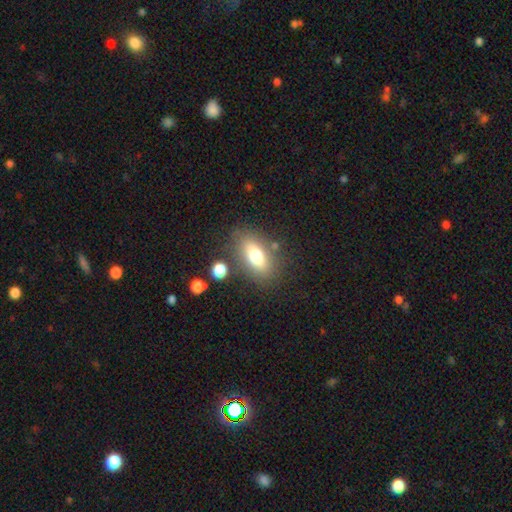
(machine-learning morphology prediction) The model was most divided on "smooth or featured": smooth: 70%, featured or disk: 21%, star or artifact: 9%. More confident: how rounded — in between (82%); merging — none (76%).